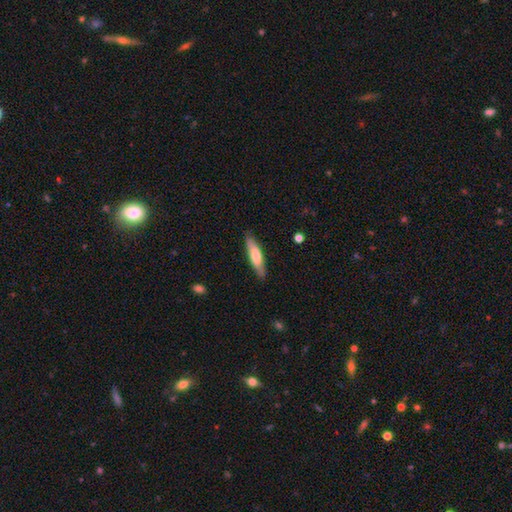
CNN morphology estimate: Smooth or featured? Predicted: smooth (p=0.67). How rounded? Predicted: cigar-shaped (p=0.78). Merging? Predicted: none (p=0.85).